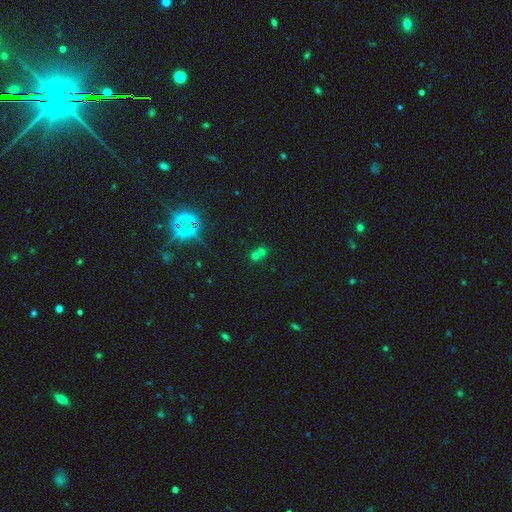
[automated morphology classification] This is possibly a smooth galaxy (47%). Merging: possibly merger (51%).